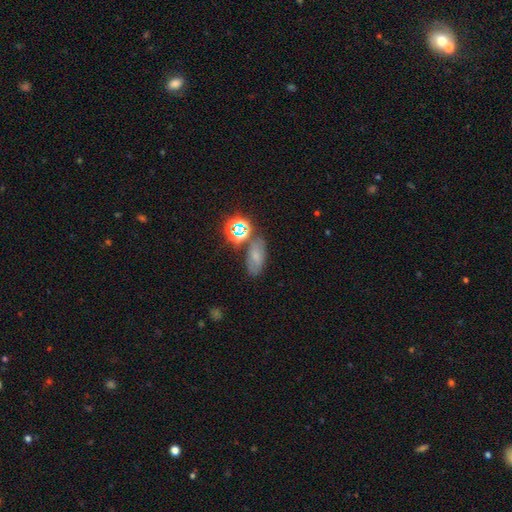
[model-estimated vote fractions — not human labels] Q: Smooth or featured?
A: smooth (54%); runner-up: star or artifact (27%)
Q: How rounded?
A: in between (78%); runner-up: round (15%)
Q: Merging?
A: none (65%); runner-up: minor disturbance (17%)